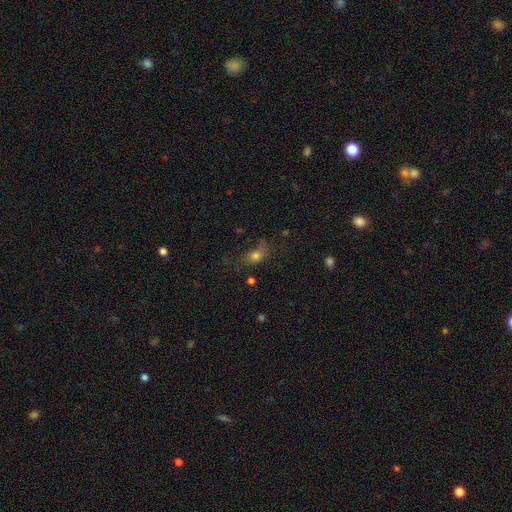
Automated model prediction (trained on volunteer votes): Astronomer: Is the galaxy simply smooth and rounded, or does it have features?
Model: smooth — 72%.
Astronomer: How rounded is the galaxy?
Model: in between — 72%.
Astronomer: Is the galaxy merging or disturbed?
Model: none — 48% (runner-up: minor disturbance, 28%).